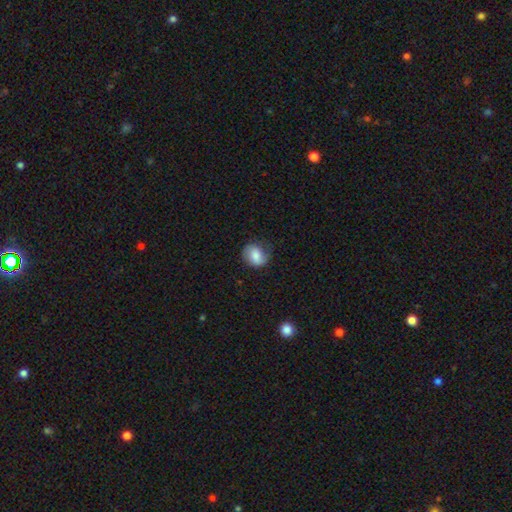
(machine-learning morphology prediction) type=smooth (66%); roundness=round (55%); merging=none (68%).